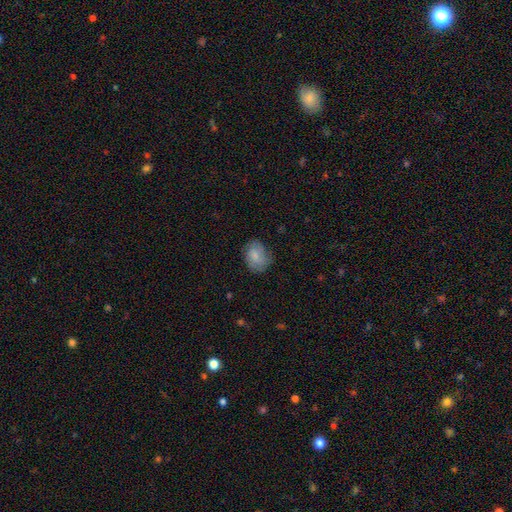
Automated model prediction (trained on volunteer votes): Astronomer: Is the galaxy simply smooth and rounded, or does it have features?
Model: smooth — 70%.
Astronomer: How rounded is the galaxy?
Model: in between — 56% (runner-up: round, 43%).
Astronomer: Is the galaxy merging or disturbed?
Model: none — 69%.